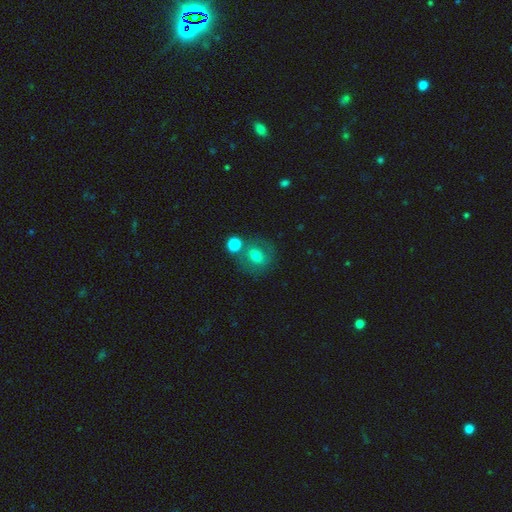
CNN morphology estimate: The model was most divided on "merging": none: 57%, merger: 25%, minor disturbance: 12%, major disturbance: 6%. More confident: how rounded — round (72%); smooth or featured — smooth (63%).